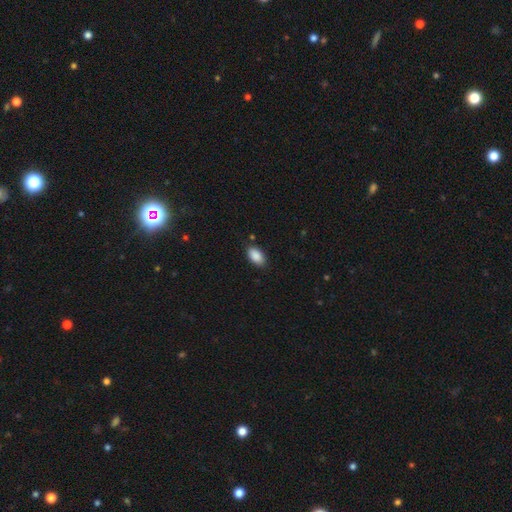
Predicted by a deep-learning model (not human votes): Overall: smooth (89%). How rounded: in between (94%). Merging: none (84%).